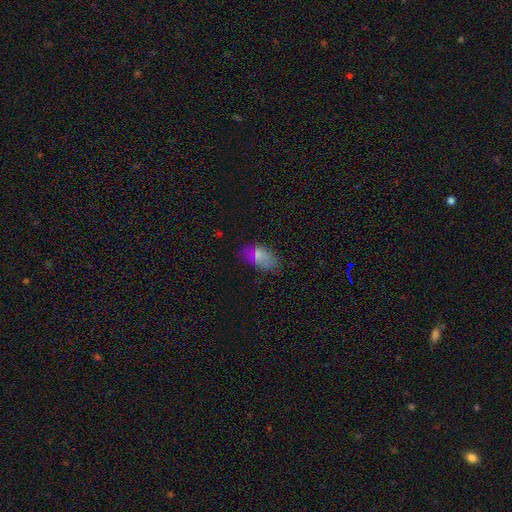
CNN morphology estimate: Smooth or featured?
  - smooth: 72% *
  - featured or disk: 16%
  - star or artifact: 12%
How rounded?
  - in between: 90% *
  - cigar-shaped: 6%
  - round: 4%
Merging?
  - none: 69% *
  - minor disturbance: 22%
  - major disturbance: 7%
  - merger: 2%